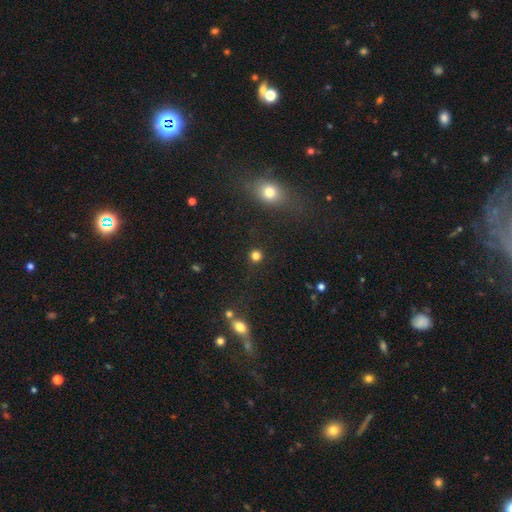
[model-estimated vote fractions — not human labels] A smooth galaxy with no disk features (81%) that is round (92%).

Vote fractions:
- Smooth or featured? smooth: 81% / star or artifact: 15% / featured or disk: 4%
- How rounded? round: 92% / in between: 6% / cigar-shaped: 1%
- Merging? none: 90% / minor disturbance: 6% / major disturbance: 2% / merger: 2%